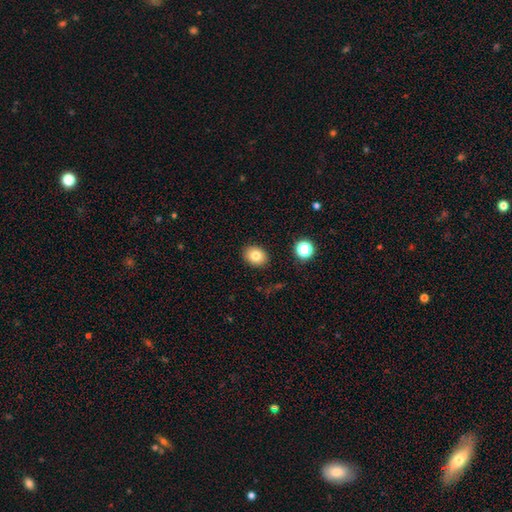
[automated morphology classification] smooth_or_featured: smooth (p=0.80) [alt: star or artifact p=0.11]
how_rounded: in between (p=0.51) [alt: round p=0.48]
merging: none (p=0.89) [alt: minor disturbance p=0.08]